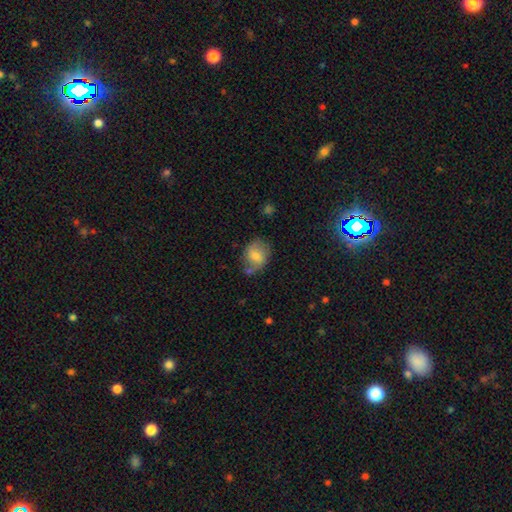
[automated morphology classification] Q: Smooth or featured?
A: smooth (64%); runner-up: featured or disk (27%)
Q: How rounded?
A: in between (51%); runner-up: round (47%)
Q: Merging?
A: none (58%); runner-up: minor disturbance (27%)